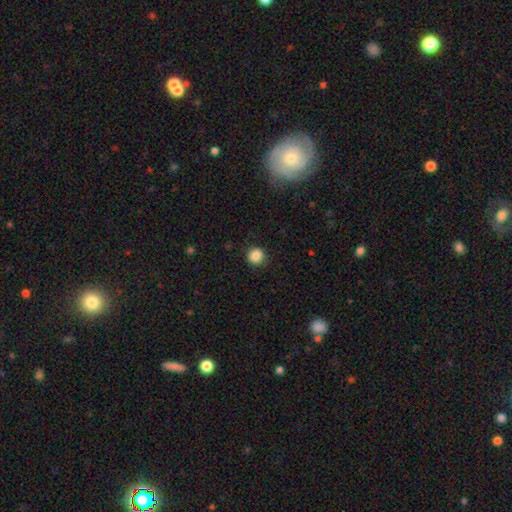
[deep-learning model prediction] A smooth galaxy with no disk features (87%) that is round (91%). Merging: none (88%).